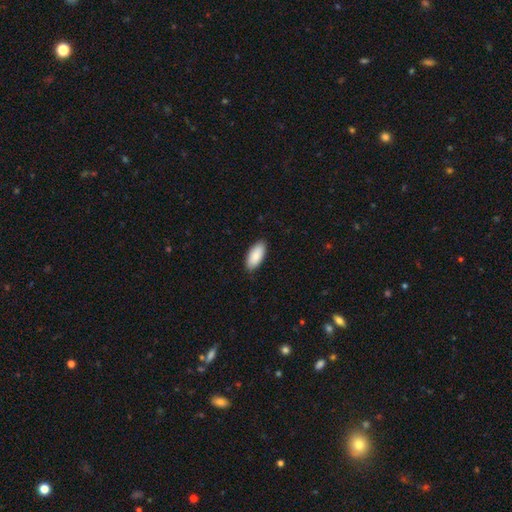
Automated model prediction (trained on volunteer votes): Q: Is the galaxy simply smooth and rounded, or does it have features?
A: smooth — 89%.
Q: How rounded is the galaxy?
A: in between — 91%.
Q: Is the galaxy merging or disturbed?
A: none — 87%.